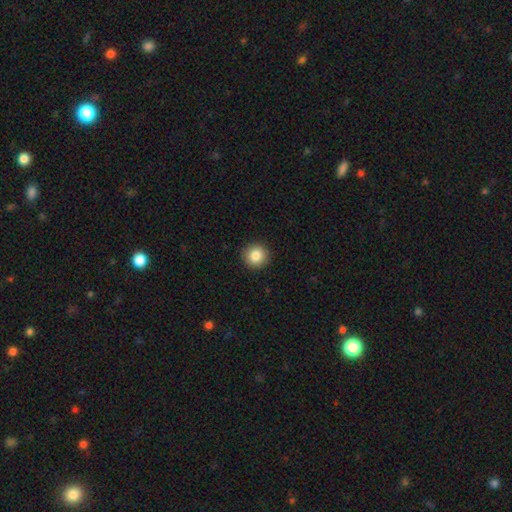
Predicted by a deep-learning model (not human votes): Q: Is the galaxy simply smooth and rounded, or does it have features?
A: smooth — 85%.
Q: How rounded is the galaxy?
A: round — 94%.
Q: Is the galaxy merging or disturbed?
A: none — 92%.